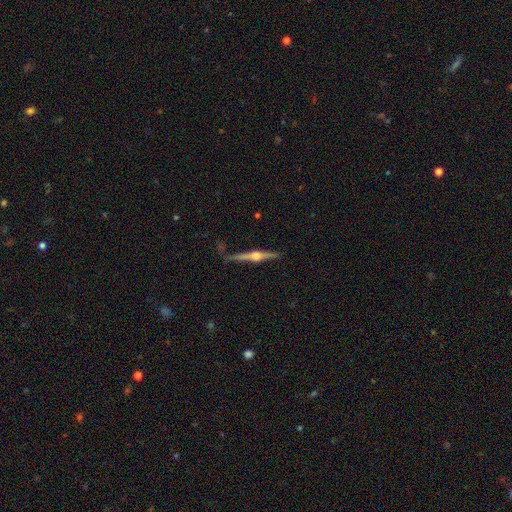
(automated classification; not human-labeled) featured or disk 82%, smooth 13%, star or artifact 6%. Down the decision tree: edge-on disk — yes (98%); edge-on bulge — rounded (93%); merging — none (85%).